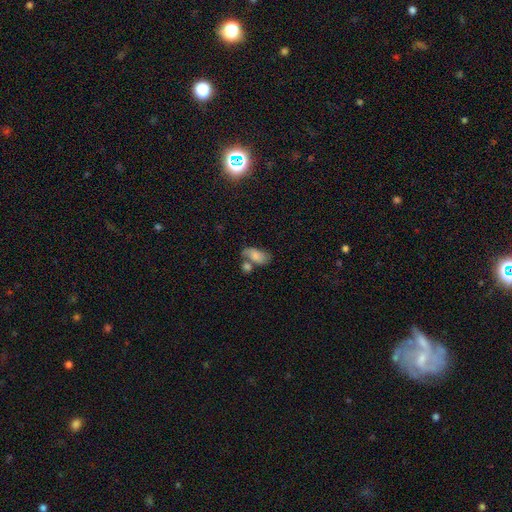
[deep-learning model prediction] Smooth or featured?
  - smooth: 70% *
  - featured or disk: 21%
  - star or artifact: 9%
How rounded?
  - in between: 91% *
  - round: 7%
  - cigar-shaped: 3%
Merging?
  - merger: 41% *
  - none: 31%
  - minor disturbance: 17%
  - major disturbance: 11%